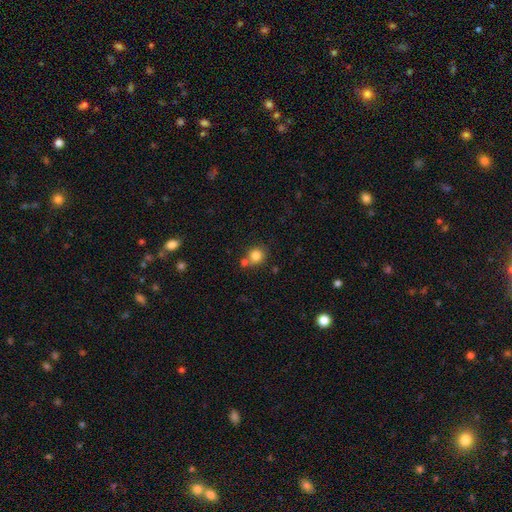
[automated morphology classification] Smooth or featured?
  - smooth: 82% *
  - star or artifact: 11%
  - featured or disk: 7%
How rounded?
  - round: 84% *
  - in between: 15%
  - cigar-shaped: 1%
Merging?
  - none: 62% *
  - merger: 24%
  - minor disturbance: 11%
  - major disturbance: 3%